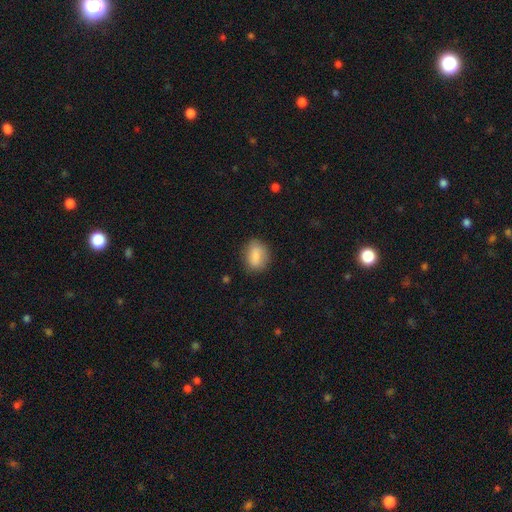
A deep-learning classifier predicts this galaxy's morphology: A smooth galaxy with no disk features (84%) that is in between round and cigar-shaped (68%).

Vote fractions:
- Smooth or featured? smooth: 84% / featured or disk: 9% / star or artifact: 7%
- How rounded? in between: 68% / round: 30% / cigar-shaped: 2%
- Merging? none: 78% / minor disturbance: 17% / major disturbance: 4% / merger: 1%